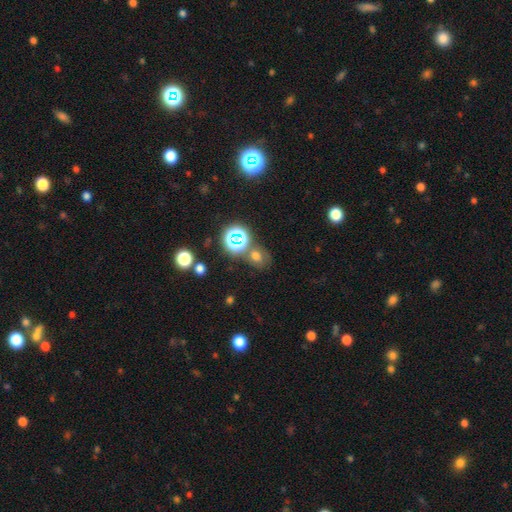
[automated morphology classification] smooth-or-featured: smooth: 55% | star or artifact: 33% | featured or disk: 12%
  how-rounded: round: 62% | in between: 37% | cigar-shaped: 1%
  merging: none: 62% | merger: 17% | minor disturbance: 14% | major disturbance: 7%